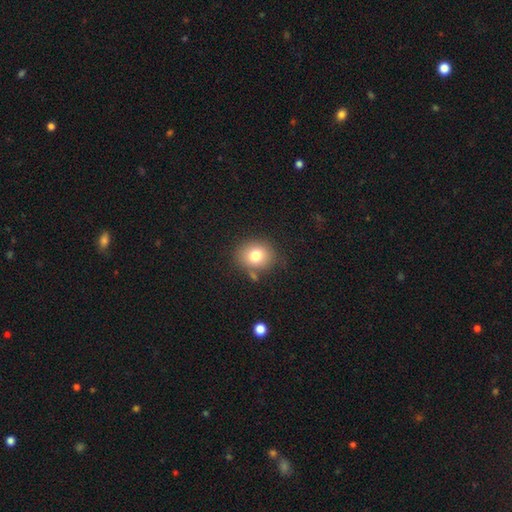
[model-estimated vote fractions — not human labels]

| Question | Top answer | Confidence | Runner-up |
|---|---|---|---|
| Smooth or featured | smooth | 78% | featured or disk (11%) |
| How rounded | round | 67% | in between (32%) |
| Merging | none | 77% | minor disturbance (14%) |